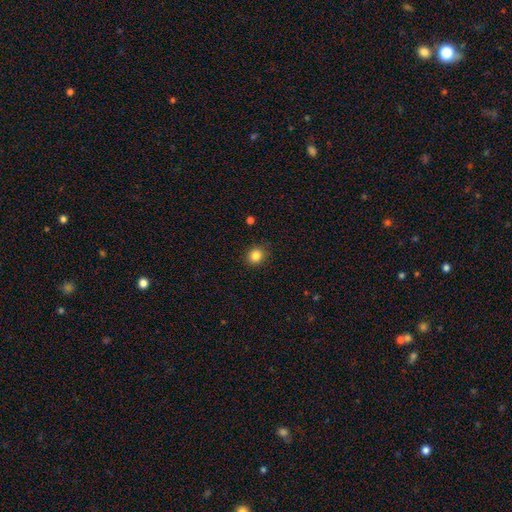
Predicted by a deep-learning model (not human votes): Morphology: type=smooth (84%); roundness=round (80%); merging=none (88%).